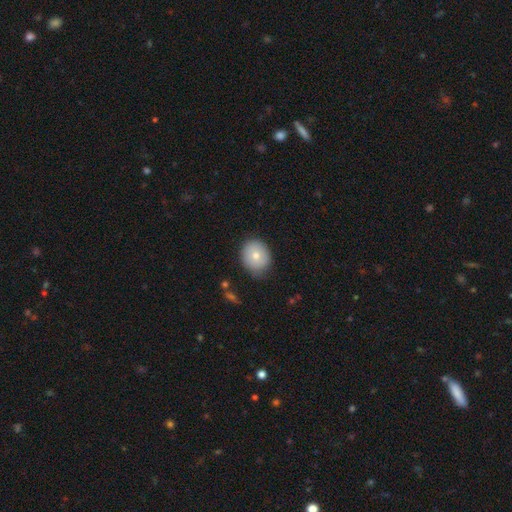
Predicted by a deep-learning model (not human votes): smooth-or-featured: smooth: 73% | featured or disk: 18% | star or artifact: 9%
  how-rounded: round: 66% | in between: 33% | cigar-shaped: 1%
  merging: none: 76% | minor disturbance: 18% | major disturbance: 4% | merger: 2%